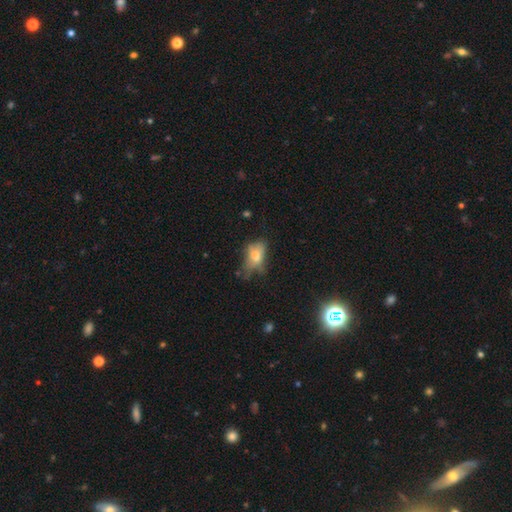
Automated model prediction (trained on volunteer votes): smooth 62%, featured or disk 26%, star or artifact 12%. Down the decision tree: how rounded — in between (82%); merging — none (34%).